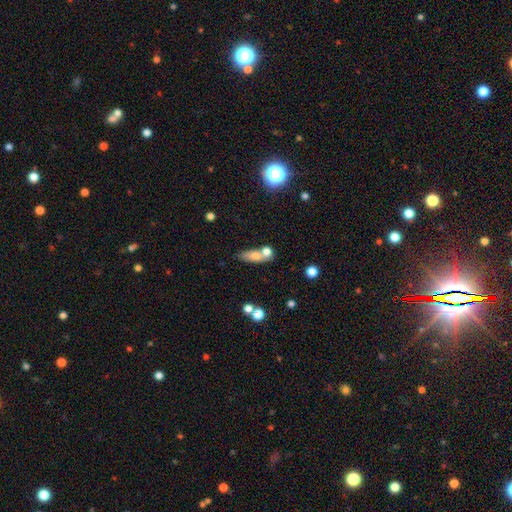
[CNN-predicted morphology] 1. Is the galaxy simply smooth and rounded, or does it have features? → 71% smooth, 19% featured or disk, 10% star or artifact.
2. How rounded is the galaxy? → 57% in between, 36% cigar-shaped, 8% round.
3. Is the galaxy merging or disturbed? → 49% none, 33% merger, 13% minor disturbance, 5% major disturbance.